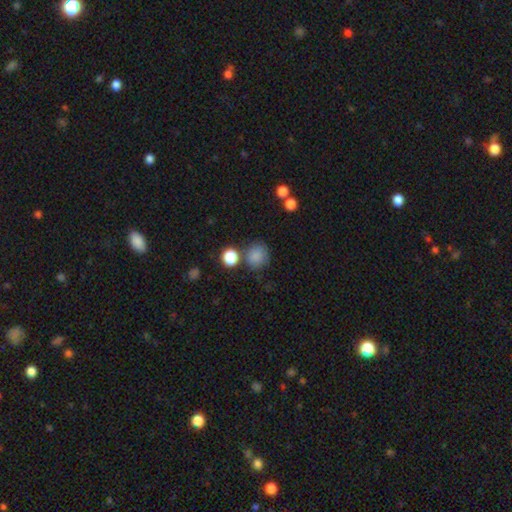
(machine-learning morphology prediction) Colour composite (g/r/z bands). It shows a smooth galaxy with no disk features (83%) that is round (79%). Merging: none (68%).